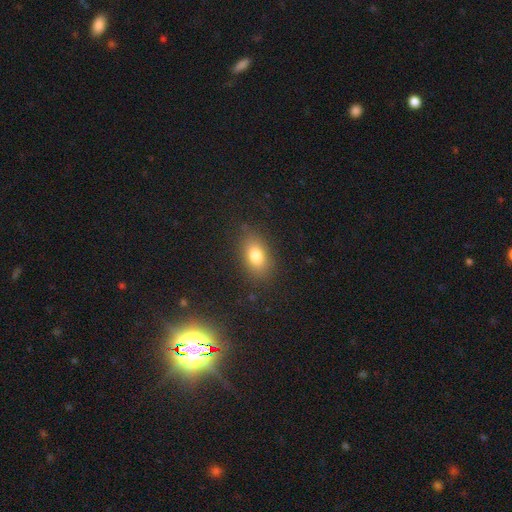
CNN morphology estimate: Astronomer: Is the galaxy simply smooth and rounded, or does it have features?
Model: smooth — 80%.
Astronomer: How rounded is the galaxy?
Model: in between — 86%.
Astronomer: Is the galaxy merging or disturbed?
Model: none — 84%.